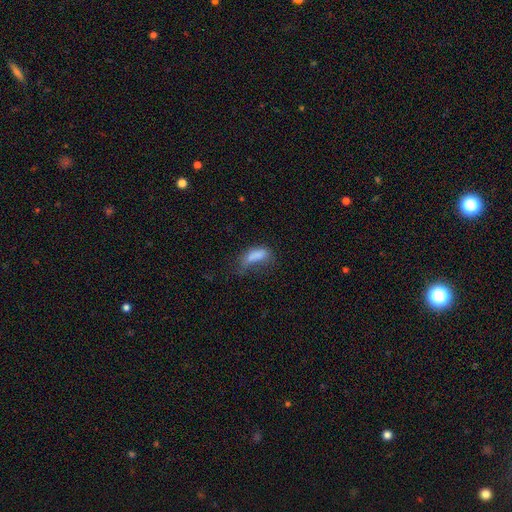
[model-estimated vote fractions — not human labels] Smooth or featured: smooth — 73% (featured or disk — 15%)
How rounded: in between — 71% (cigar-shaped — 26%)
Merging: major disturbance — 42% (minor disturbance — 27%)